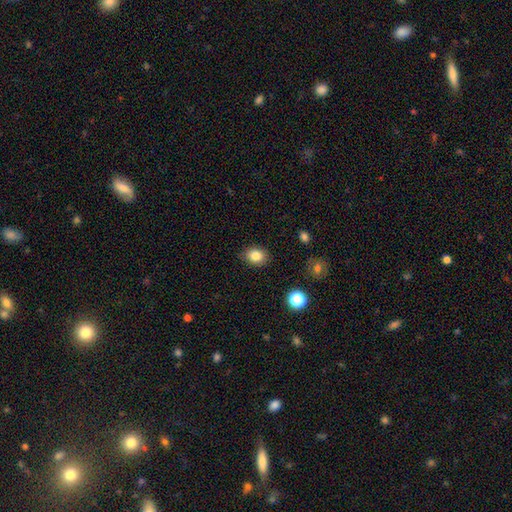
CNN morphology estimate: Smooth or featured? Predicted: smooth (p=0.83). How rounded? Predicted: round (p=0.50). Merging? Predicted: none (p=0.85).